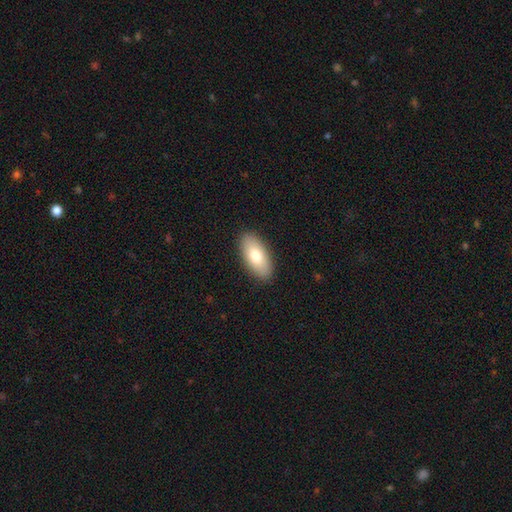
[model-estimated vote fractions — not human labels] This is likely a smooth galaxy (77%). How rounded: clearly in between (91%). Merging: clearly none (89%).